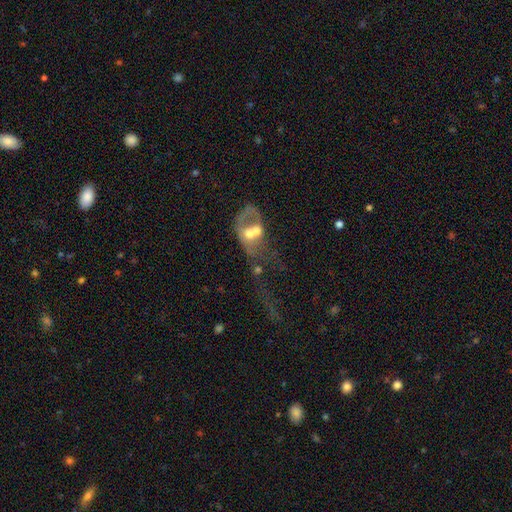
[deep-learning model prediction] Q: Smooth or featured?
A: featured or disk (52%); runner-up: smooth (25%)
Q: Edge-on disk?
A: no (88%); runner-up: yes (12%)
Q: Merging?
A: major disturbance (51%); runner-up: none (19%)